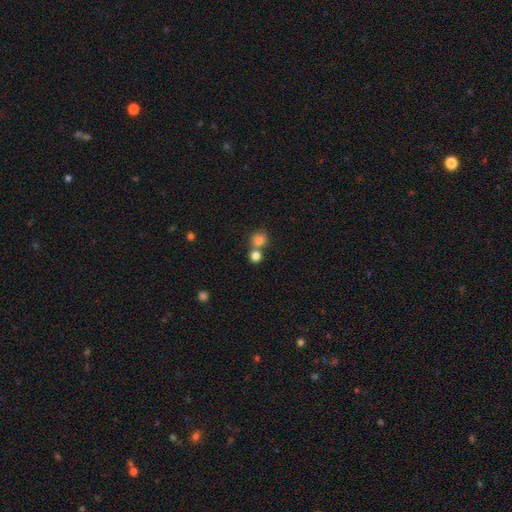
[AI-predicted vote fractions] Overall: smooth (82%). How rounded: round (86%). Merging: none (51%; merger 40%).